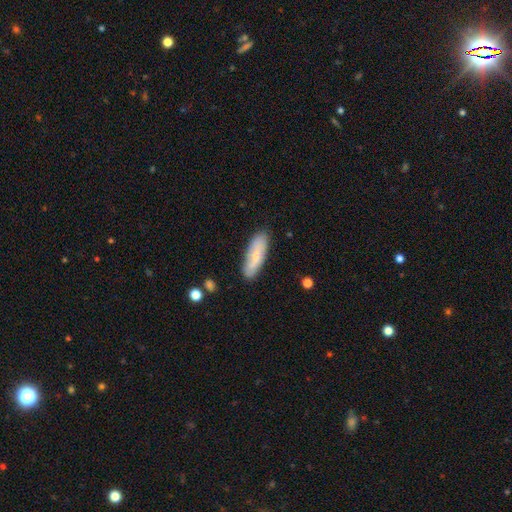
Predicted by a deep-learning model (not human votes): smooth-or-featured: smooth: 59% | featured or disk: 35% | star or artifact: 6%
  how-rounded: in between: 57% | cigar-shaped: 41% | round: 2%
  merging: none: 83% | minor disturbance: 13% | major disturbance: 3% | merger: 2%